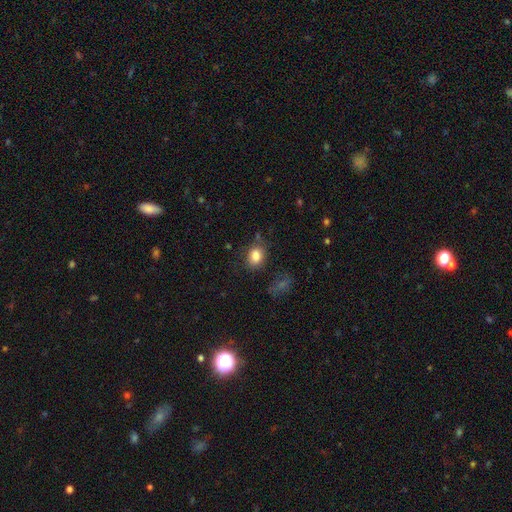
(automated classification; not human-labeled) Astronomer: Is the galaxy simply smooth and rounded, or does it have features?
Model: smooth — 83%.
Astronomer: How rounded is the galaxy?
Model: in between — 66%.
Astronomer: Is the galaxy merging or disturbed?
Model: none — 72%.